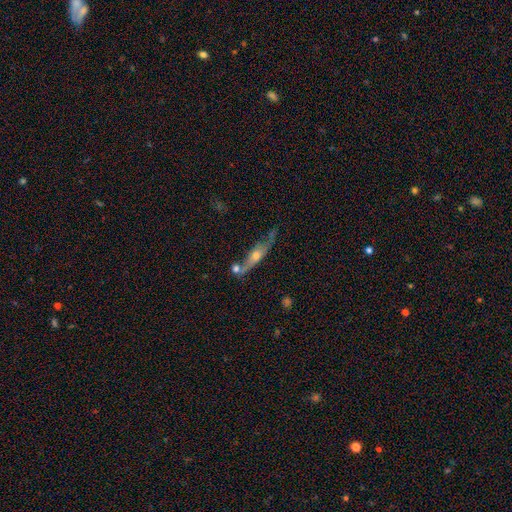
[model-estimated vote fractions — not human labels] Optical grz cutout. It shows a featured or disk galaxy (63%) viewed edge-on (73%). Merging: none (54%).